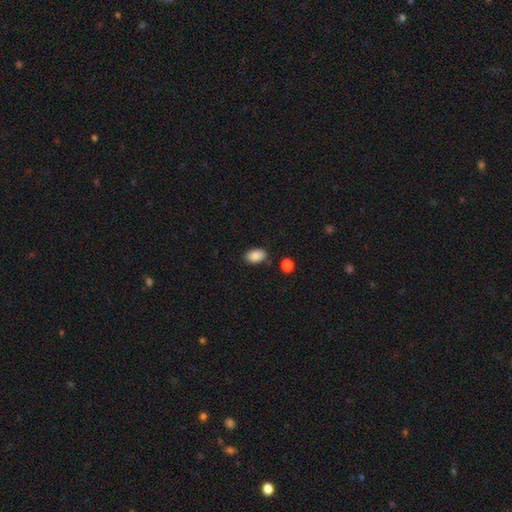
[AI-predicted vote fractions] A smooth galaxy with no disk features (88%) that is in between round and cigar-shaped (91%). Merging: none (81%).